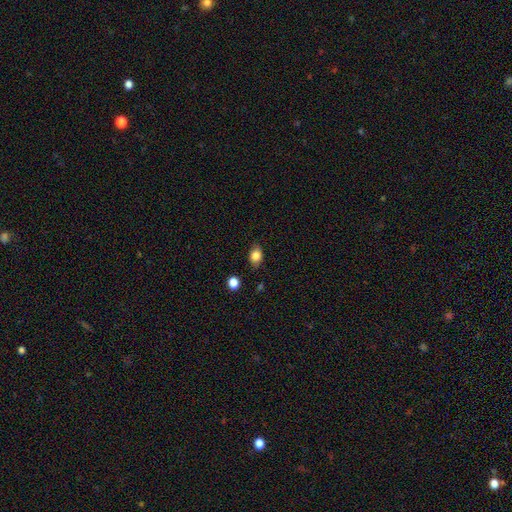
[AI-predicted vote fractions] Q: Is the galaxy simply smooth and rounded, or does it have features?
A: smooth — 83%.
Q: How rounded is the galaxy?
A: in between — 68%.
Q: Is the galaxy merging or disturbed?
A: none — 81%.